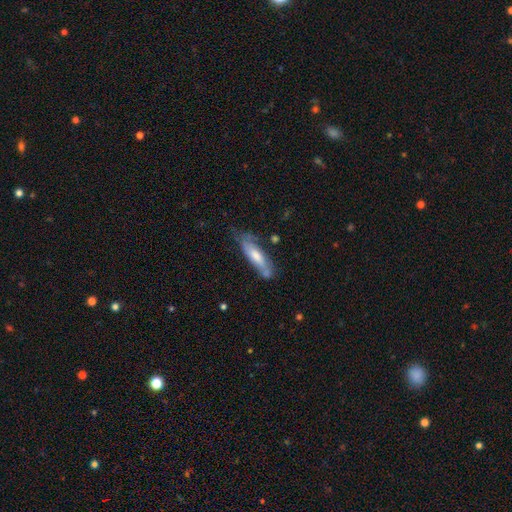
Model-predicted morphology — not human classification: smooth_or_featured: smooth (p=0.47) [alt: featured or disk p=0.46]
merging: none (p=0.55) [alt: minor disturbance p=0.29]